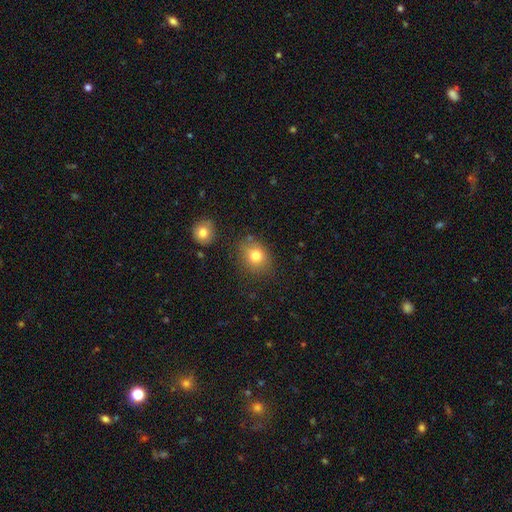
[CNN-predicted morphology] type=smooth (78%); roundness=round (69%); merging=none (77%).